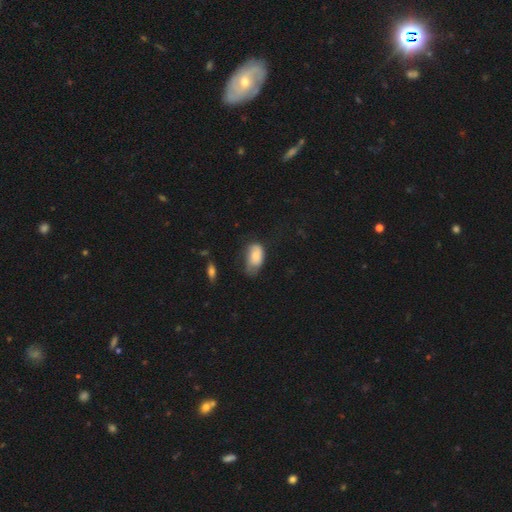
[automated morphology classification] A smooth galaxy with no disk features (76%) that is in between round and cigar-shaped (91%).

Vote fractions:
- Smooth or featured? smooth: 76% / featured or disk: 17% / star or artifact: 7%
- How rounded? in between: 91% / round: 7% / cigar-shaped: 2%
- Merging? minor disturbance: 42% / none: 36% / major disturbance: 19% / merger: 2%